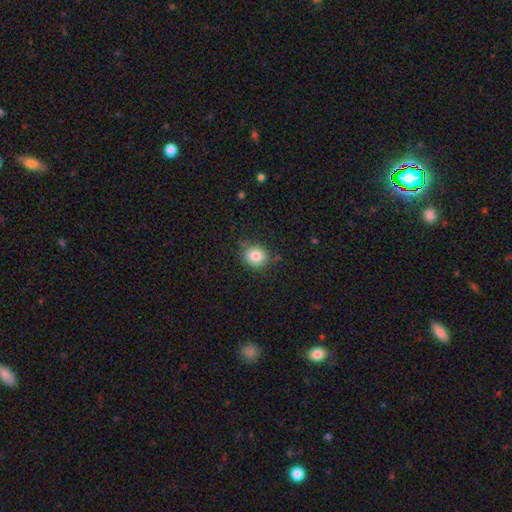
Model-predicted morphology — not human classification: Smooth or featured: smooth — 83% (star or artifact — 10%)
How rounded: round — 72% (in between — 28%)
Merging: none — 78% (minor disturbance — 16%)